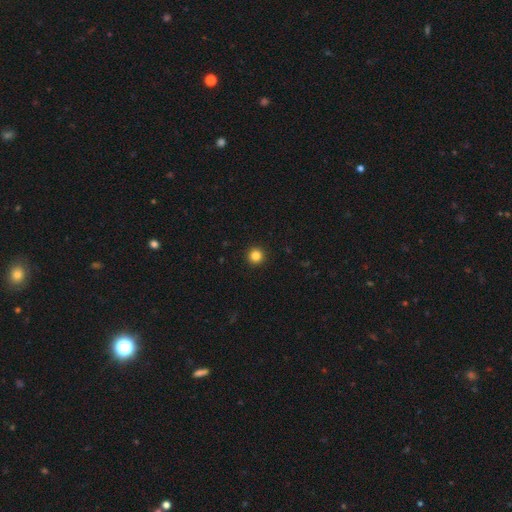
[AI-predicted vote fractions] Q: Smooth or featured?
A: smooth (84%); runner-up: star or artifact (12%)
Q: How rounded?
A: round (96%); runner-up: in between (3%)
Q: Merging?
A: none (94%); runner-up: minor disturbance (4%)